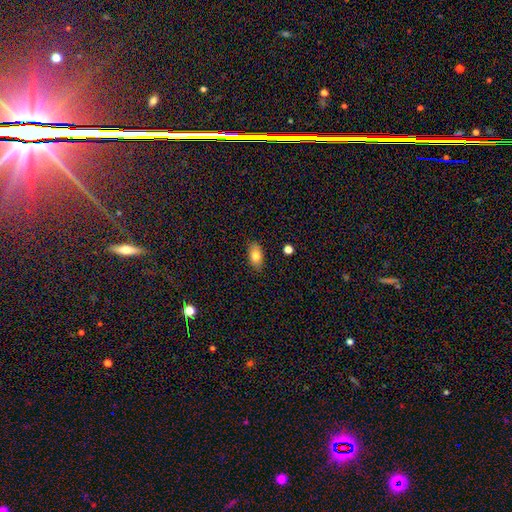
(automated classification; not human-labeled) This is likely a smooth galaxy (80%). How rounded: clearly in between (90%). Merging: clearly none (86%).